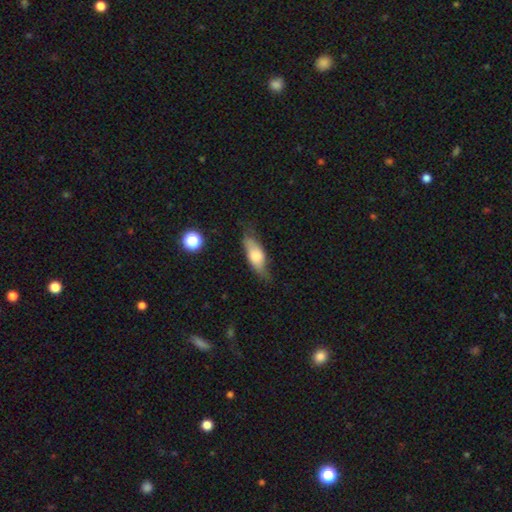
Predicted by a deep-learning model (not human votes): smooth-or-featured: smooth: 65% | featured or disk: 28% | star or artifact: 7%
  how-rounded: in between: 70% | cigar-shaped: 27% | round: 3%
  merging: none: 61% | minor disturbance: 28% | major disturbance: 9% | merger: 2%